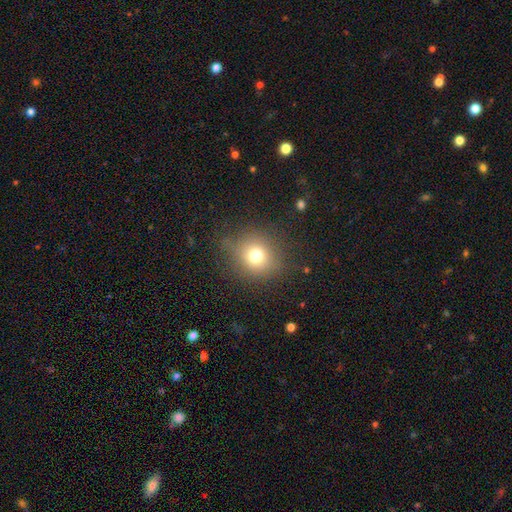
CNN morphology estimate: The model was most divided on "smooth or featured": smooth: 73%, star or artifact: 15%, featured or disk: 12%. More confident: how rounded — round (83%); merging — none (78%).